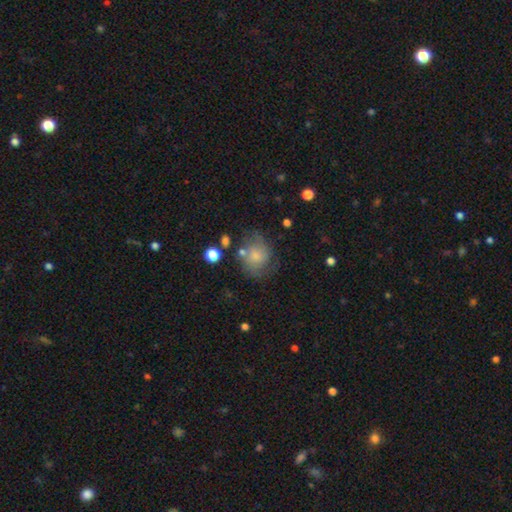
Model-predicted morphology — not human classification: A smooth galaxy with no disk features (55%) that is round (65%). Merging: none (51%).